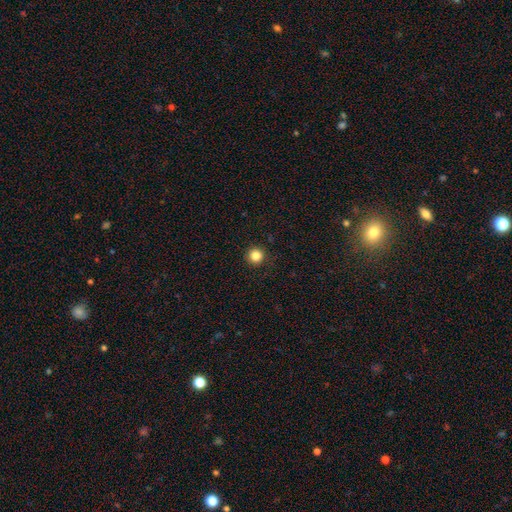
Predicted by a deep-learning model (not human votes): Smooth or featured? Predicted: smooth (p=0.84). How rounded? Predicted: round (p=0.96). Merging? Predicted: none (p=0.92).